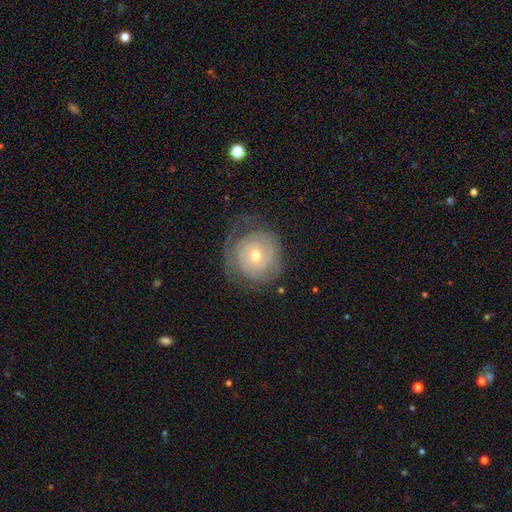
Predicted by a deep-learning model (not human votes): Morphology: type=featured or disk (79%); edge-on=no (97%); bar=no (73%); spiral arms=yes (90%); winding=tight (79%); arm count=can't tell (38%); bulge=moderate (57%); merging=none (66%).